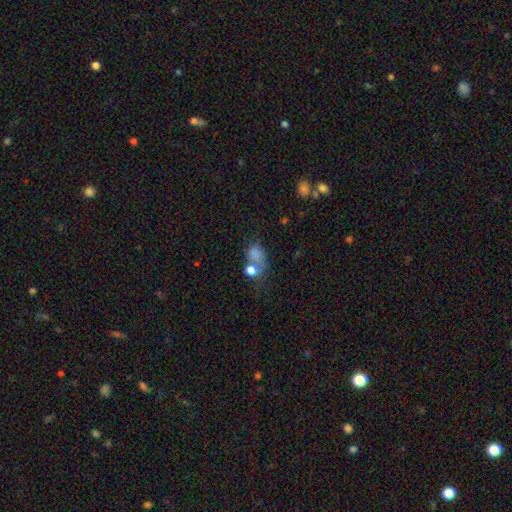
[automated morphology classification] Q: Smooth or featured?
A: smooth (73%); runner-up: star or artifact (14%)
Q: How rounded?
A: in between (60%); runner-up: round (39%)
Q: Merging?
A: merger (39%); runner-up: none (30%)